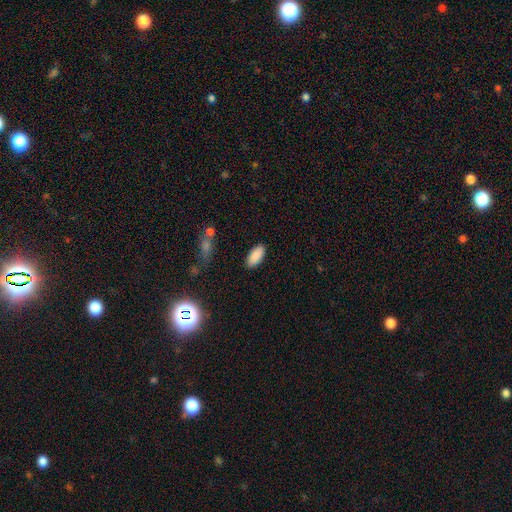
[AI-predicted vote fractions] The model was most divided on "how rounded": in between: 88%, cigar-shaped: 10%, round: 2%. More confident: smooth or featured — smooth (89%); merging — none (88%).